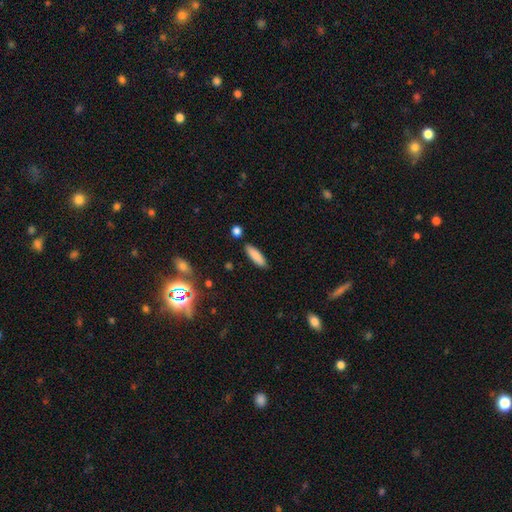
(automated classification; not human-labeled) Q: Smooth or featured?
A: smooth (85%); runner-up: star or artifact (7%)
Q: How rounded?
A: cigar-shaped (54%); runner-up: in between (44%)
Q: Merging?
A: none (87%); runner-up: minor disturbance (8%)